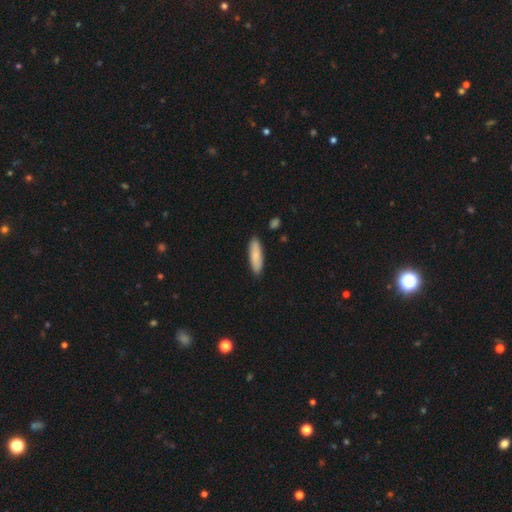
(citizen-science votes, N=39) Smooth or featured? smooth (82%)
How rounded? cigar-shaped (66%)
Merging? none (92%)